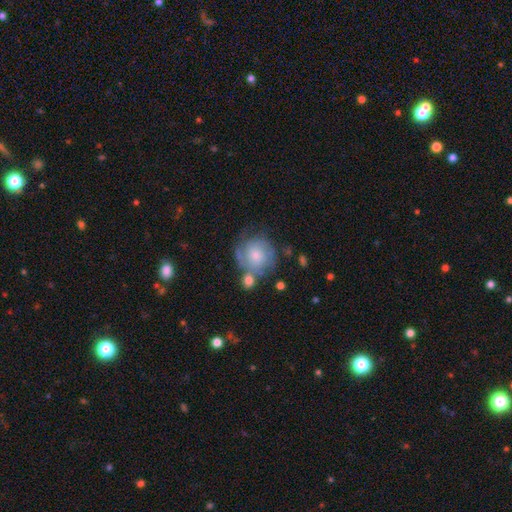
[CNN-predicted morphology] This appears to be a featured or disk galaxy (49%). Merging: none (50%).